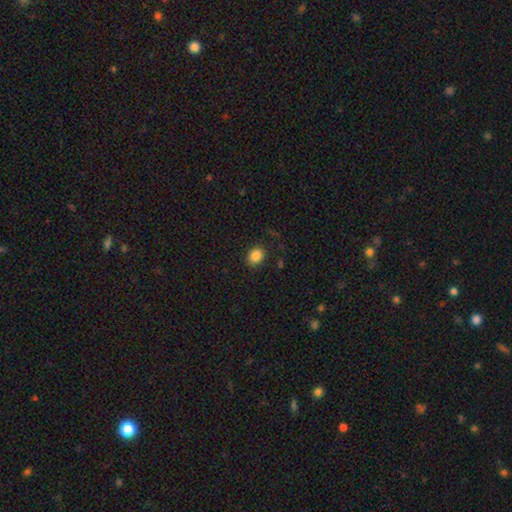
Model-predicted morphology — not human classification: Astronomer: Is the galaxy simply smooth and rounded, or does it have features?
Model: smooth — 86%.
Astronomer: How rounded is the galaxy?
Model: in between — 54% (runner-up: round, 45%).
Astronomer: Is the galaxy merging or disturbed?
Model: none — 86%.